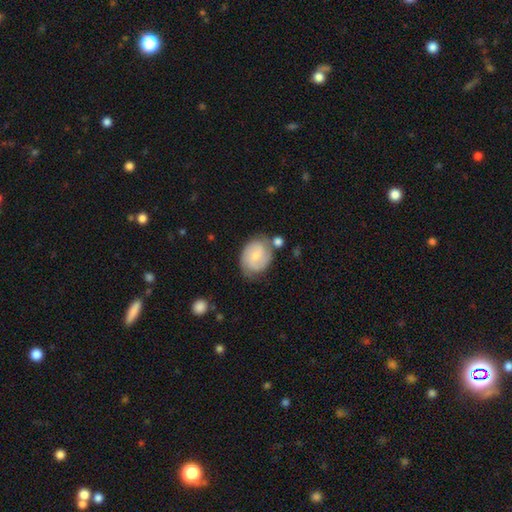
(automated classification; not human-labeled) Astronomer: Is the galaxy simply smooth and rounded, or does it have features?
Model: featured or disk — 51% (runner-up: smooth, 43%).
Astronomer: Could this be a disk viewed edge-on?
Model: no — 97%.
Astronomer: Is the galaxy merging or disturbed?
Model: none — 59%.